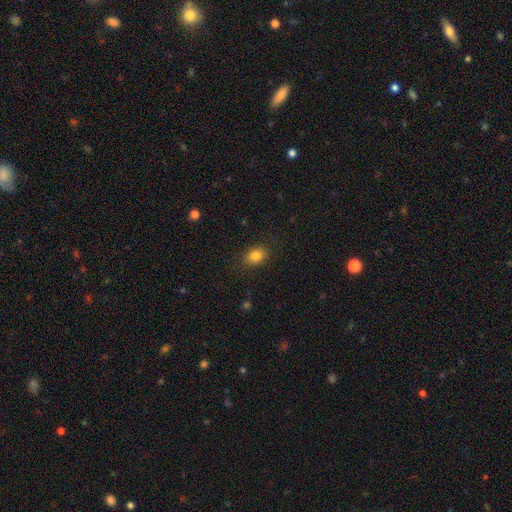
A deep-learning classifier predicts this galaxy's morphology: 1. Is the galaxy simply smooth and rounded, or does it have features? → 83% smooth, 10% star or artifact, 7% featured or disk.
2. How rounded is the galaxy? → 73% in between, 26% round, 1% cigar-shaped.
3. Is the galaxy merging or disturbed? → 86% none, 11% minor disturbance, 3% major disturbance, 1% merger.